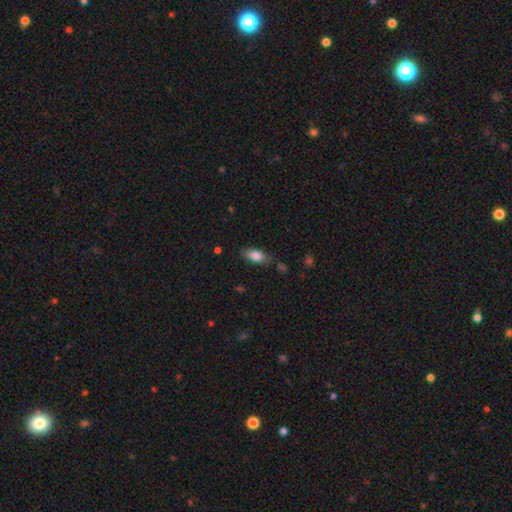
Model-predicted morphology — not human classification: This appears to be a smooth galaxy with no disk features (83%) that is in between round and cigar-shaped (85%). Merging: none (71%).